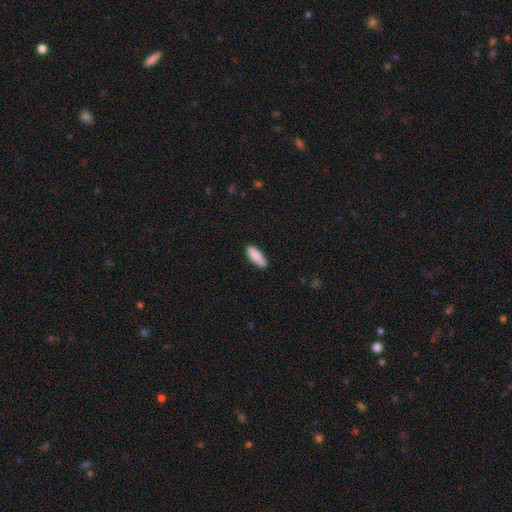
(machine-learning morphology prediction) smooth 89%, star or artifact 6%, featured or disk 5%. Down the decision tree: how rounded — in between (57%); merging — none (88%).